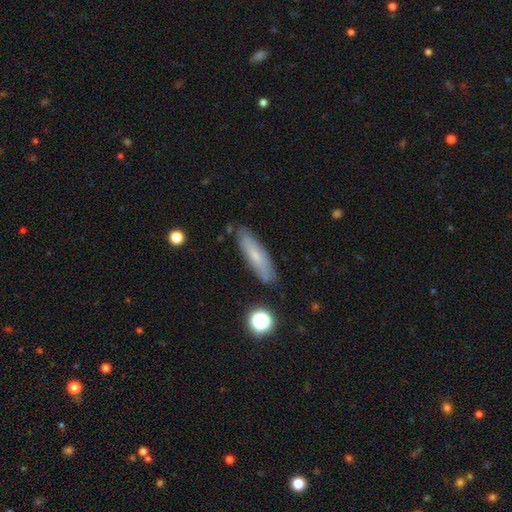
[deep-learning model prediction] A smooth galaxy with no disk features (62%) that is cigar-shaped (69%).

Vote fractions:
- Smooth or featured? smooth: 62% / featured or disk: 30% / star or artifact: 8%
- How rounded? cigar-shaped: 69% / in between: 28% / round: 2%
- Merging? none: 83% / minor disturbance: 12% / major disturbance: 2% / merger: 2%